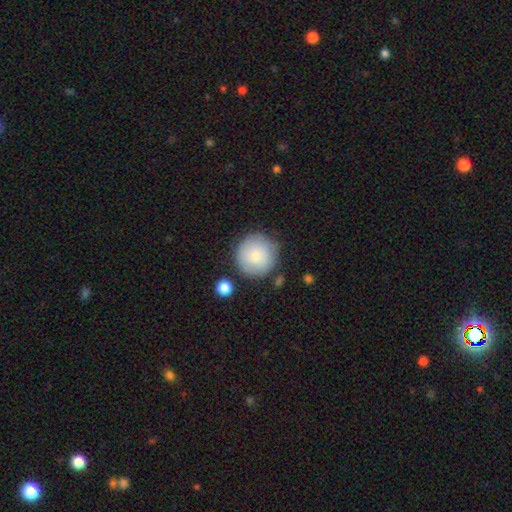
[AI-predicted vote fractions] Overall: smooth (79%). How rounded: round (95%). Merging: none (76%).